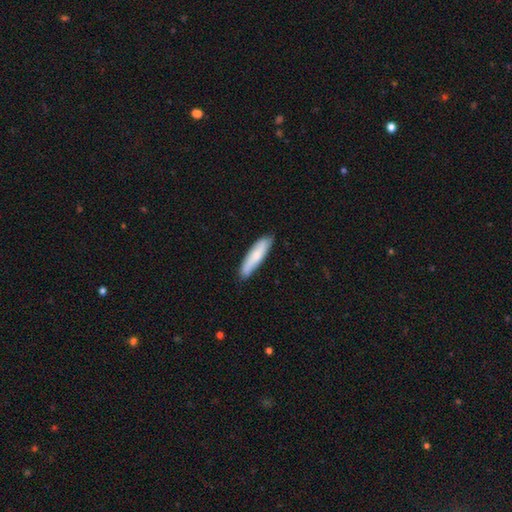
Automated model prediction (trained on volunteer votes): Smooth or featured: smooth — 76% (featured or disk — 19%)
How rounded: cigar-shaped — 77% (in between — 22%)
Merging: none — 84% (minor disturbance — 13%)